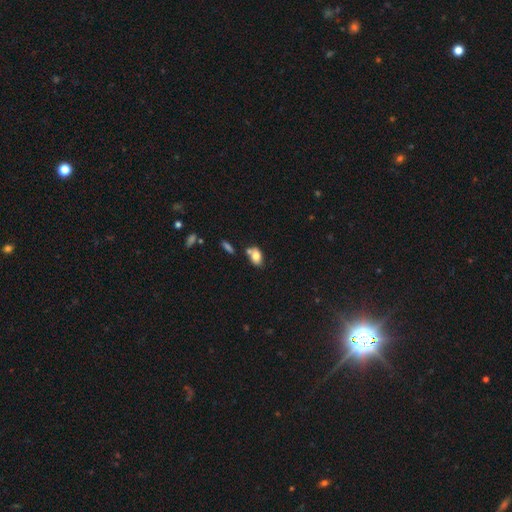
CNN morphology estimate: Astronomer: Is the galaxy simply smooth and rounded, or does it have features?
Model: smooth — 76%.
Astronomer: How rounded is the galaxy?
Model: in between — 83%.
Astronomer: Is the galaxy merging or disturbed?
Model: none — 52% (runner-up: merger, 27%).